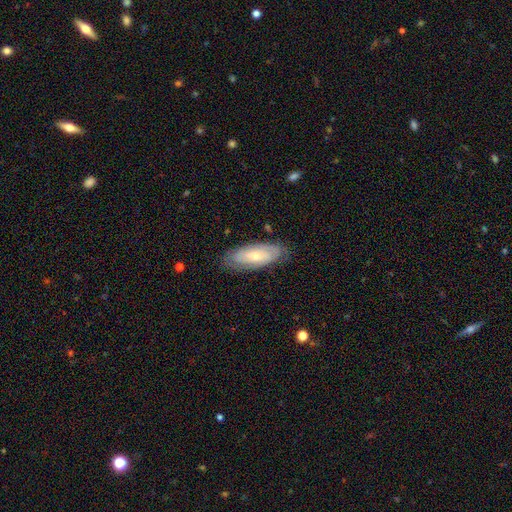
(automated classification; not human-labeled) The model was most divided on "smooth or featured": featured or disk: 53%, smooth: 41%, star or artifact: 6%. More confident: edge-on disk — no (84%); merging — none (78%).